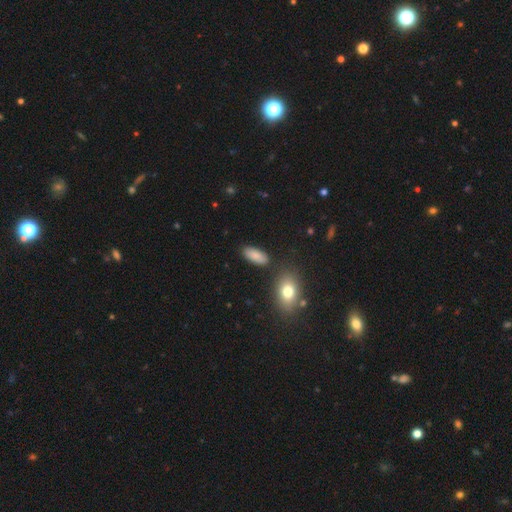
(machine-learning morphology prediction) The model was most divided on "merging": none: 82%, minor disturbance: 11%, merger: 4%, major disturbance: 3%. More confident: how rounded — in between (87%); smooth or featured — smooth (85%).